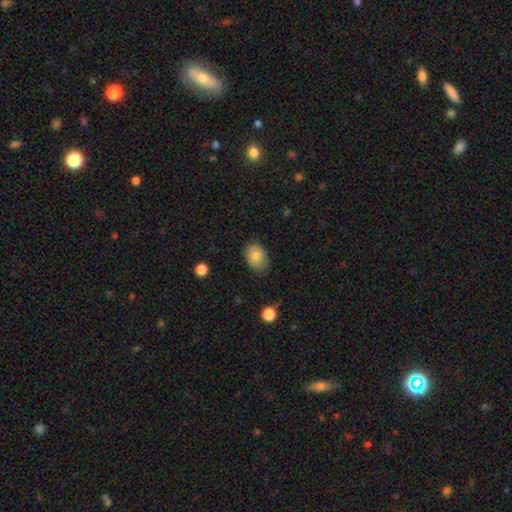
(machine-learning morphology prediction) smooth-or-featured: smooth: 77% | featured or disk: 15% | star or artifact: 8%
  how-rounded: in between: 72% | round: 27% | cigar-shaped: 1%
  merging: none: 79% | minor disturbance: 17% | major disturbance: 3% | merger: 1%